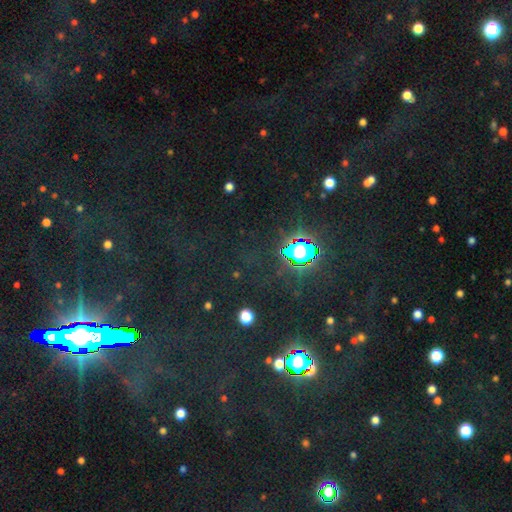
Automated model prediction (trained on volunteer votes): smooth_or_featured: star or artifact (p=0.81) [alt: smooth p=0.12]